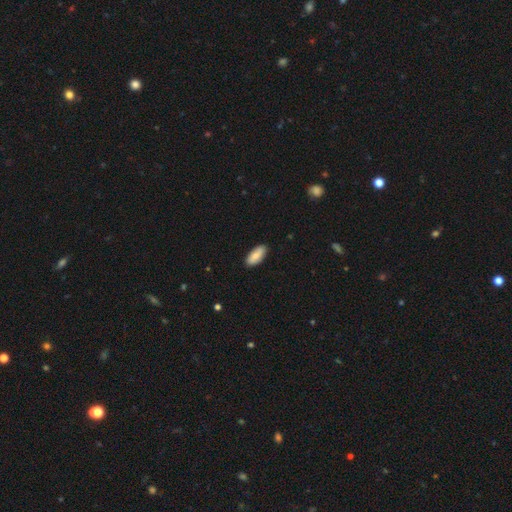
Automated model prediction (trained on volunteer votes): Smooth or featured?
  - smooth: 81% *
  - featured or disk: 13%
  - star or artifact: 6%
How rounded?
  - in between: 87% *
  - cigar-shaped: 11%
  - round: 2%
Merging?
  - none: 88% *
  - minor disturbance: 9%
  - major disturbance: 2%
  - merger: 1%